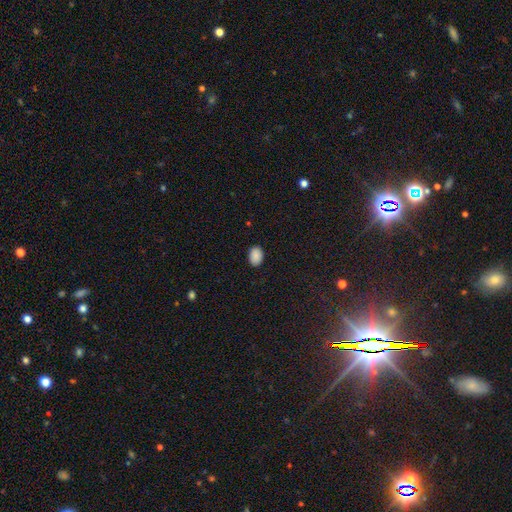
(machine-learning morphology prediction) Smooth or featured: smooth — 89% (star or artifact — 8%)
How rounded: in between — 82% (round — 17%)
Merging: none — 88% (minor disturbance — 9%)